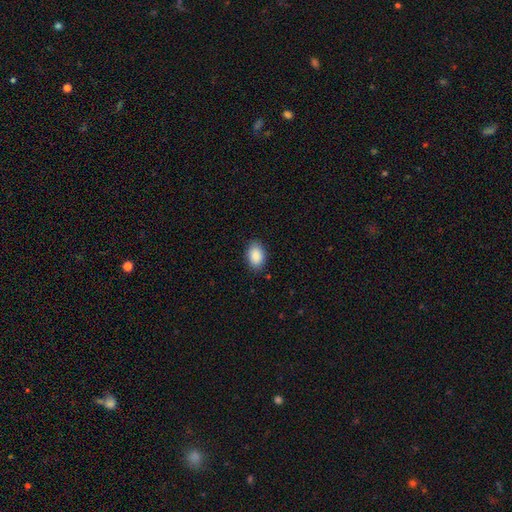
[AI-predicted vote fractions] smooth_or_featured: smooth (p=0.90) [alt: star or artifact p=0.07]
how_rounded: in between (p=0.88) [alt: round p=0.11]
merging: none (p=0.85) [alt: minor disturbance p=0.11]